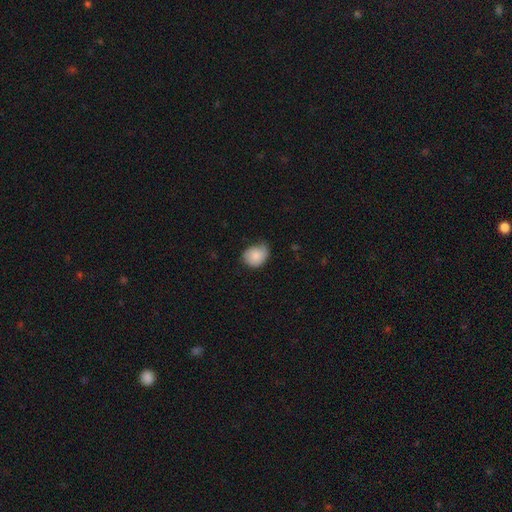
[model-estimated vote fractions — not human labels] Q: Smooth or featured?
A: smooth (81%); runner-up: featured or disk (12%)
Q: How rounded?
A: round (55%); runner-up: in between (44%)
Q: Merging?
A: none (47%); runner-up: minor disturbance (41%)